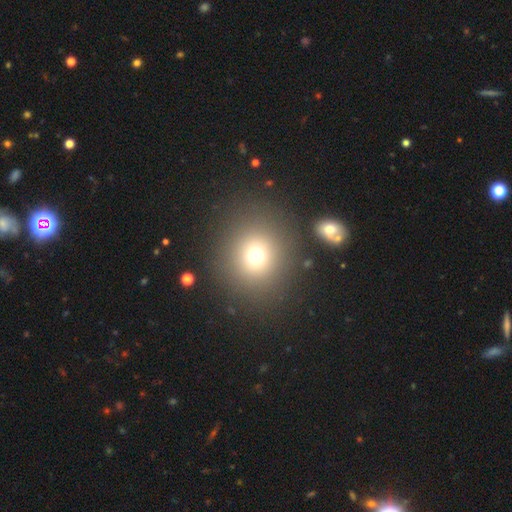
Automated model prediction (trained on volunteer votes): This is likely a smooth galaxy (71%). How rounded: clearly round (85%). Merging: clearly none (82%).